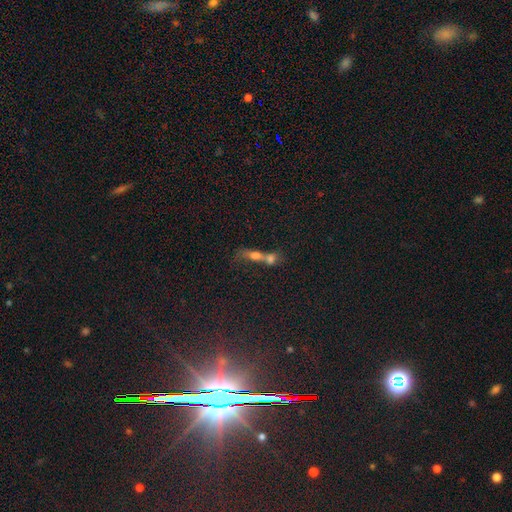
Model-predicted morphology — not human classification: Smooth or featured: smooth — 59% (featured or disk — 26%)
How rounded: in between — 51% (cigar-shaped — 25%)
Merging: merger — 75% (none — 13%)